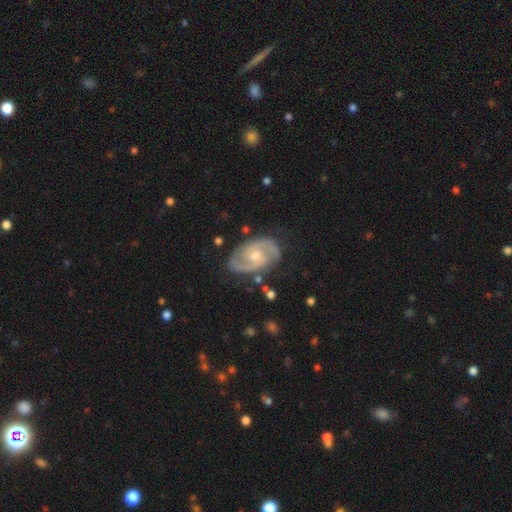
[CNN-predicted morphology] A featured or disk galaxy (89%) with no bar (55%), 2 (90%) medium (50%) spiral arms (97%) and a moderate central bulge (61%).

Vote fractions:
- Smooth or featured? featured or disk: 89% / smooth: 7% / star or artifact: 4%
- Edge-on disk? no: 97% / yes: 3%
- Bar? no: 55% / weak: 38% / strong: 7%
- Spiral arms? yes: 97% / no: 3%
- Spiral winding? medium: 50% / tight: 40% / loose: 10%
- Spiral arm count? 2: 90% / can't tell: 4% / 3: 3% / 1: 1% / 4: 1% / more than 4: 1%
- Bulge size? moderate: 61% / small: 32% / large: 4% / none: 2% / dominant: 1%
- Merging? none: 80% / minor disturbance: 14% / major disturbance: 4% / merger: 2%